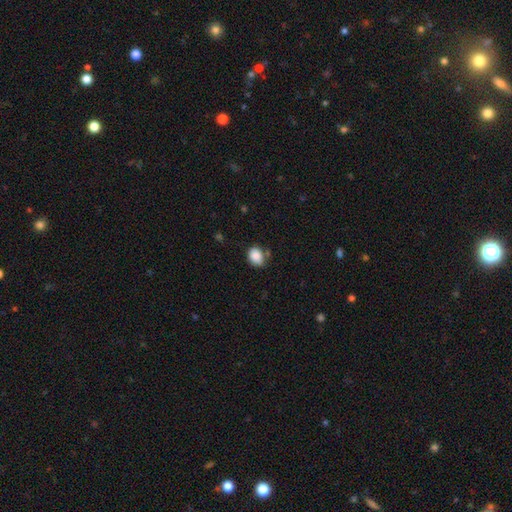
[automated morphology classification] smooth 87%, star or artifact 8%, featured or disk 4%. Down the decision tree: how rounded — in between (60%); merging — none (64%).